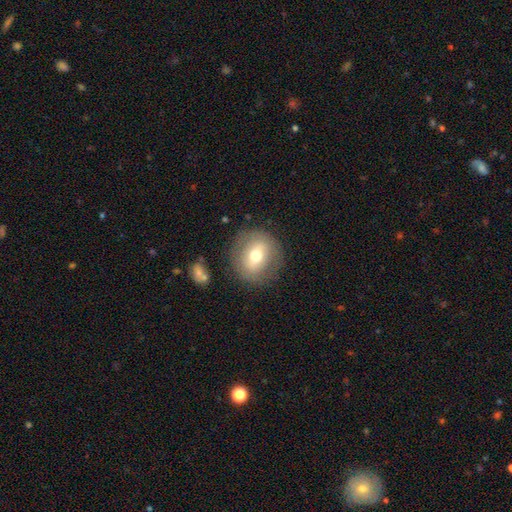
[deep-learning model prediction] This is possibly a smooth galaxy (60%). How rounded: clearly round (81%). Merging: clearly none (82%).